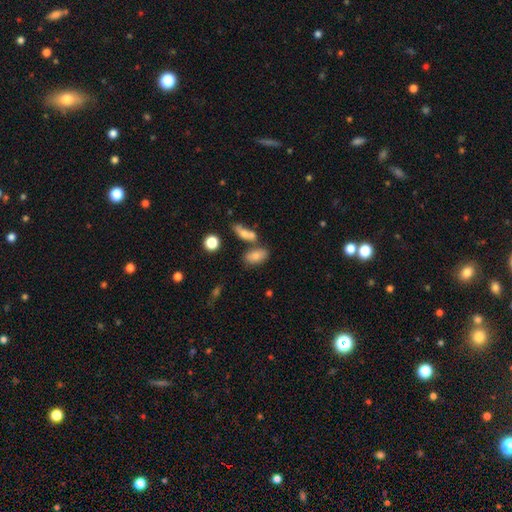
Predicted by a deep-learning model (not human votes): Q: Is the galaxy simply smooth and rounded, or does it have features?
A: smooth — 78%.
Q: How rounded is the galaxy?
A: in between — 88%.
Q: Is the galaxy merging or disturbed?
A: none — 59%.